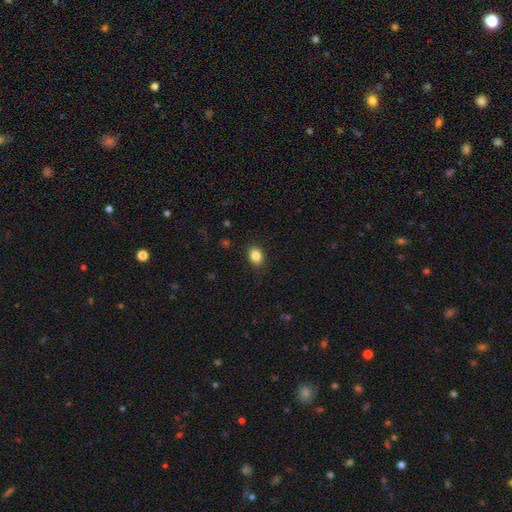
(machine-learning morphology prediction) A smooth galaxy with no disk features (85%) that is in between round and cigar-shaped (58%). Merging: none (88%).